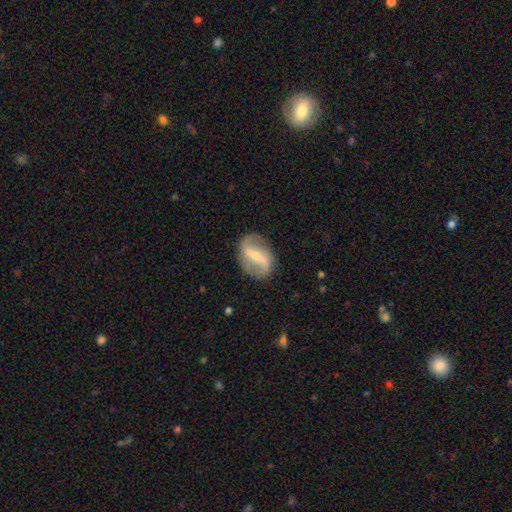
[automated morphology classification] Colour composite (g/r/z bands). It shows a featured or disk galaxy (82%) with a strong bar (64%), 2 (90%) loose (56%) spiral arms (84%) and a small central bulge (65%). Merging: none (82%).